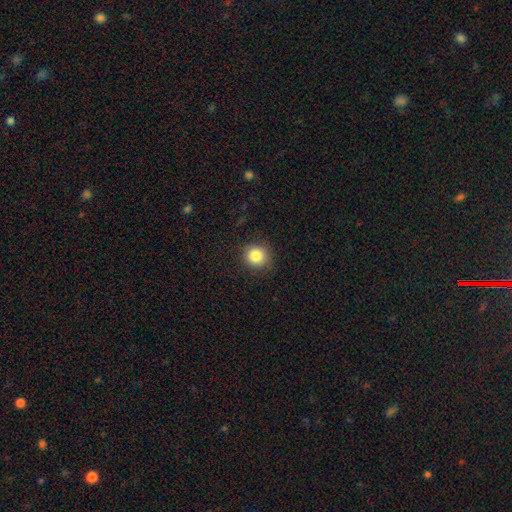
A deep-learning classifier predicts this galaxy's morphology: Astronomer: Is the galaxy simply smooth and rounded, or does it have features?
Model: smooth — 84%.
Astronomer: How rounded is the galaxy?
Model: round — 91%.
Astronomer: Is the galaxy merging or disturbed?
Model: none — 88%.